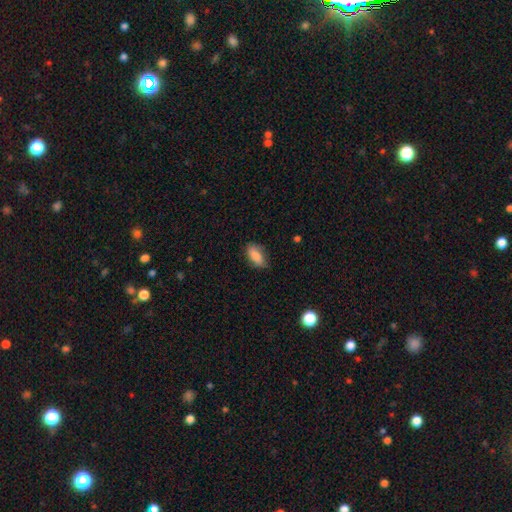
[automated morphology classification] smooth_or_featured: smooth (p=0.86) [alt: featured or disk p=0.08]
how_rounded: in between (p=0.88) [alt: cigar-shaped p=0.09]
merging: none (p=0.75) [alt: minor disturbance p=0.20]